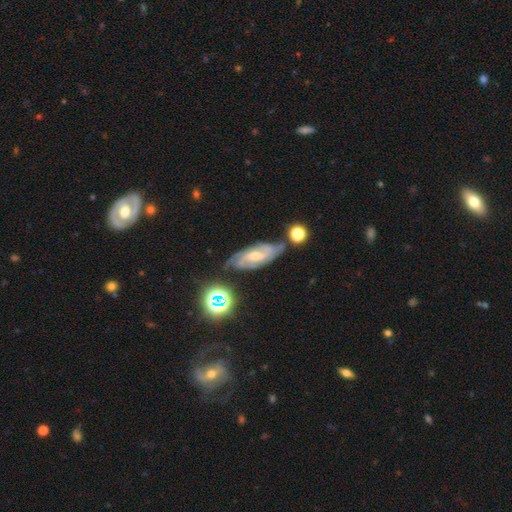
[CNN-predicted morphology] type=featured or disk (77%); edge-on=no (92%); bar=weak (49%); spiral arms=yes (95%); winding=tight (47%); arm count=2 (47%); bulge=small (46%, tied with moderate); merging=none (66%).